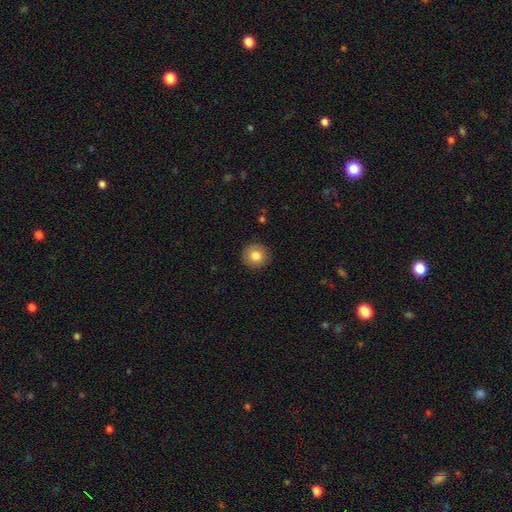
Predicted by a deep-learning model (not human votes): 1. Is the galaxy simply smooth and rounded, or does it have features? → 82% smooth, 9% featured or disk, 9% star or artifact.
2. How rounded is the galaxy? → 93% round, 6% in between, 1% cigar-shaped.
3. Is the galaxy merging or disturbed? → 91% none, 6% minor disturbance, 2% major disturbance, 1% merger.